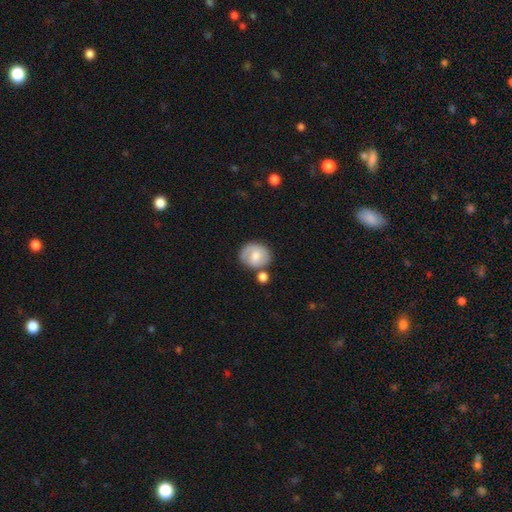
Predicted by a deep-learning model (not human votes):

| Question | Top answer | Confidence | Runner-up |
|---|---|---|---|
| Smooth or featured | smooth | 58% | featured or disk (35%) |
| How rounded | round | 69% | in between (30%) |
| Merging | none | 59% | minor disturbance (19%) |